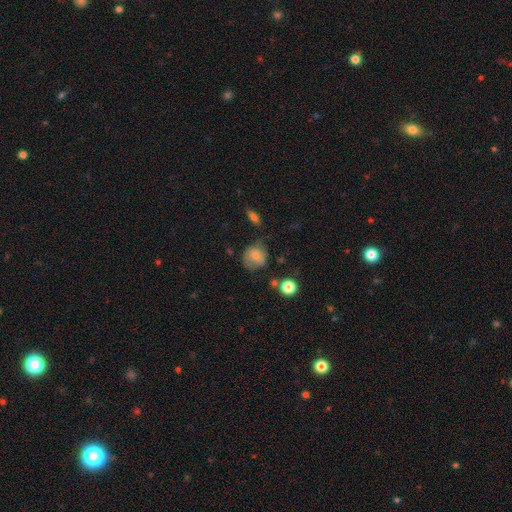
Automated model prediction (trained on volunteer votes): smooth-or-featured: smooth: 66% | featured or disk: 24% | star or artifact: 10%
  how-rounded: round: 72% | in between: 27% | cigar-shaped: 1%
  merging: none: 52% | minor disturbance: 31% | major disturbance: 13% | merger: 4%